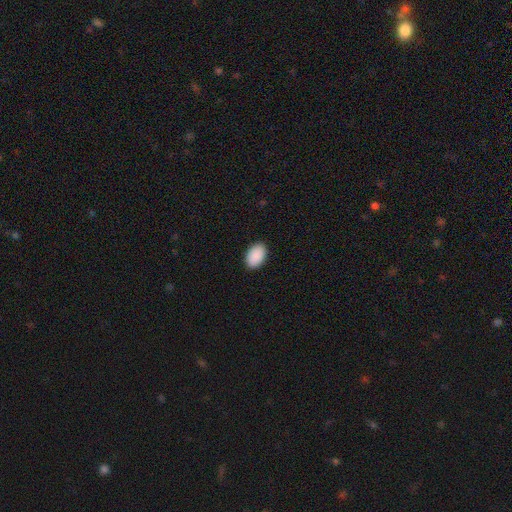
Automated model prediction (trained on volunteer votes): Smooth or featured? smooth (91%)
How rounded? in between (90%)
Merging? none (90%)